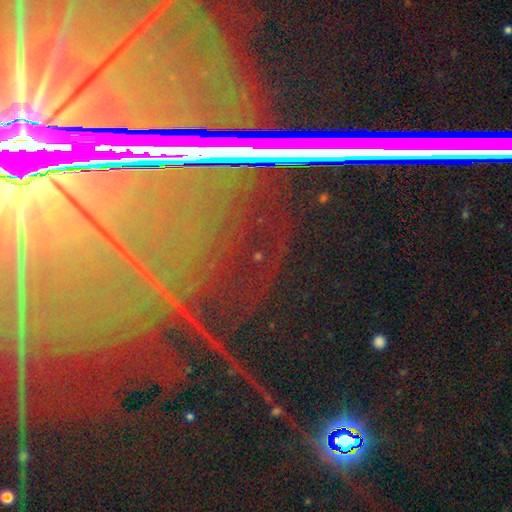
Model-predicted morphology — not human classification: Smooth or featured? Predicted: star or artifact (p=0.81).